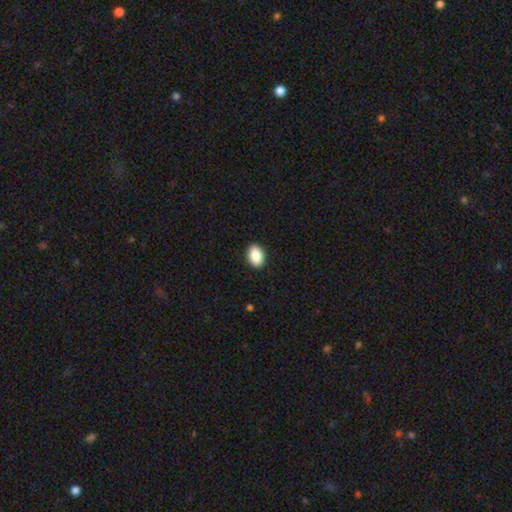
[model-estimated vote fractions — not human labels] smooth_or_featured: smooth (p=0.88) [alt: star or artifact p=0.07]
how_rounded: in between (p=0.88) [alt: round p=0.10]
merging: none (p=0.91) [alt: minor disturbance p=0.07]